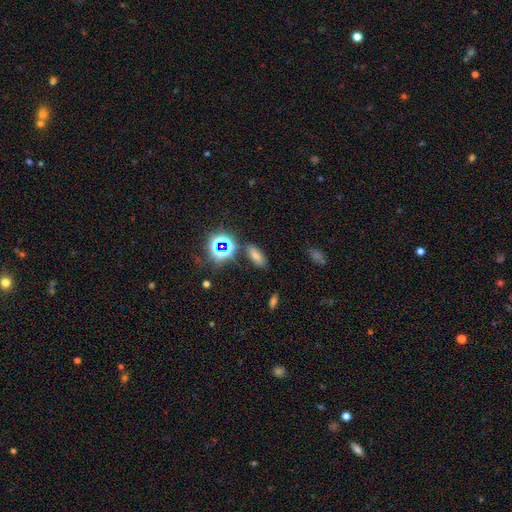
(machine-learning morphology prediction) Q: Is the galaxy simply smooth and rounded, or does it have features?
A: smooth — 59%.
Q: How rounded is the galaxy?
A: in between — 81%.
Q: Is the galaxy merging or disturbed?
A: none — 79%.